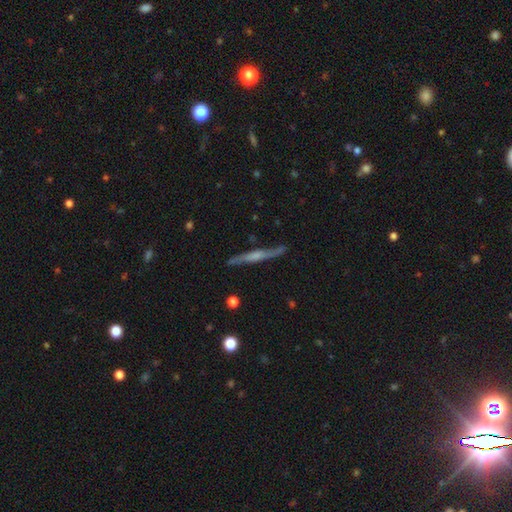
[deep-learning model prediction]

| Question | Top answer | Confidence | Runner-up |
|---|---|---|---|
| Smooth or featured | featured or disk | 70% | smooth (23%) |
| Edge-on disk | yes | 93% | no (7%) |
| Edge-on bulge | rounded | 46% | none (34%) |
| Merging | none | 82% | minor disturbance (13%) |